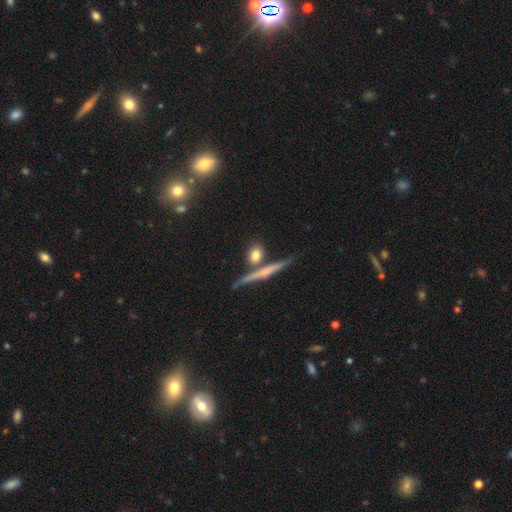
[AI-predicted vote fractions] smooth_or_featured: smooth (p=0.70) [alt: featured or disk p=0.22]
how_rounded: round (p=0.46) [alt: in between p=0.28]
merging: none (p=0.69) [alt: merger p=0.16]